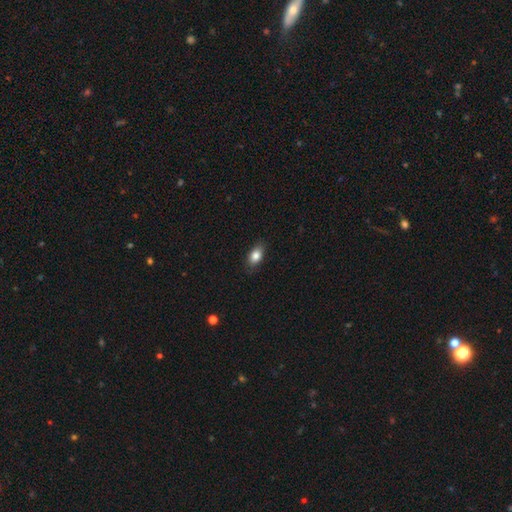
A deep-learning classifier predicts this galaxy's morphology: Q: Smooth or featured?
A: smooth (83%); runner-up: featured or disk (9%)
Q: How rounded?
A: in between (87%); runner-up: round (8%)
Q: Merging?
A: none (84%); runner-up: minor disturbance (12%)